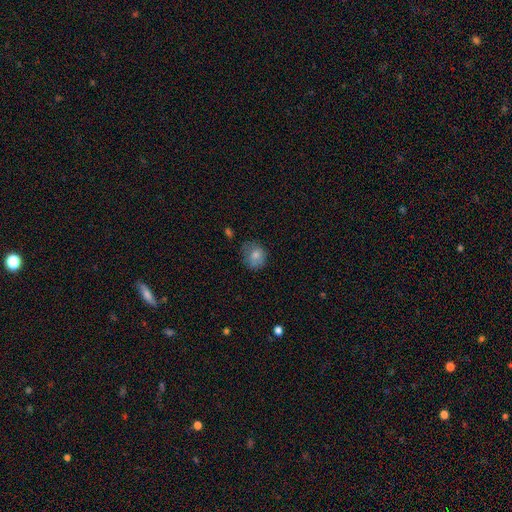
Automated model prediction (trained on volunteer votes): The model was most divided on "merging": none: 60%, minor disturbance: 28%, major disturbance: 10%, merger: 2%. More confident: smooth or featured — smooth (79%); how rounded — round (70%).